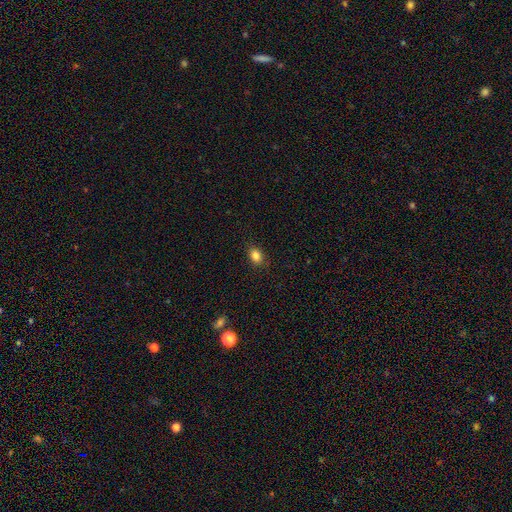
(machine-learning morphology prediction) A smooth galaxy with no disk features (84%) that is in between round and cigar-shaped (67%). Merging: none (87%).